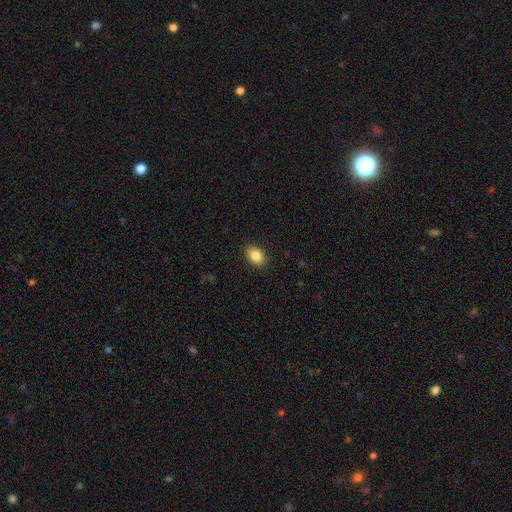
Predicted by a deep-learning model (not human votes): This appears to be a smooth galaxy with no disk features (86%) that is in between round and cigar-shaped (84%). Merging: none (89%).